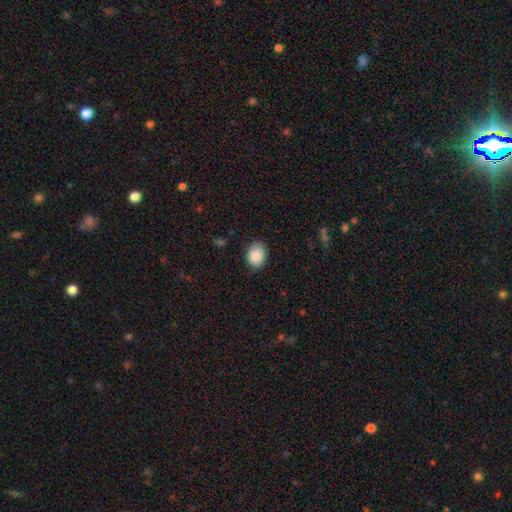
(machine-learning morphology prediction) A smooth galaxy with no disk features (87%) that is in between round and cigar-shaped (67%).

Vote fractions:
- Smooth or featured? smooth: 87% / star or artifact: 7% / featured or disk: 5%
- How rounded? in between: 67% / round: 32% / cigar-shaped: 1%
- Merging? none: 84% / minor disturbance: 13% / major disturbance: 3% / merger: 1%